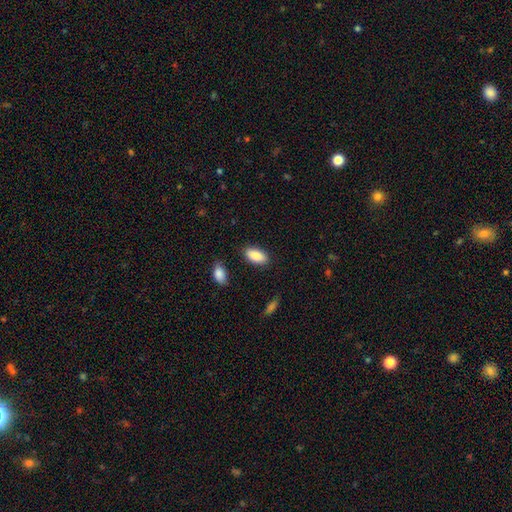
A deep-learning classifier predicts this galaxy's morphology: Smooth or featured: smooth — 87% (star or artifact — 6%)
How rounded: in between — 91% (cigar-shaped — 7%)
Merging: none — 85% (minor disturbance — 10%)